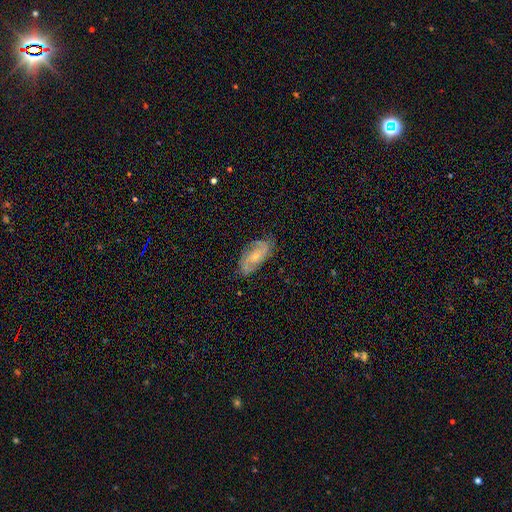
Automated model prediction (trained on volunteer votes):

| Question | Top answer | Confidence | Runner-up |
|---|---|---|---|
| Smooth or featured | featured or disk | 74% | smooth (20%) |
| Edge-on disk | no | 95% | yes (5%) |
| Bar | no | 60% | weak (34%) |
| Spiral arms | yes | 94% | no (6%) |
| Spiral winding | medium | 47% | tight (34%) |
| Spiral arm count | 2 | 70% | can't tell (14%) |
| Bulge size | small | 61% | moderate (32%) |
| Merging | none | 77% | minor disturbance (17%) |